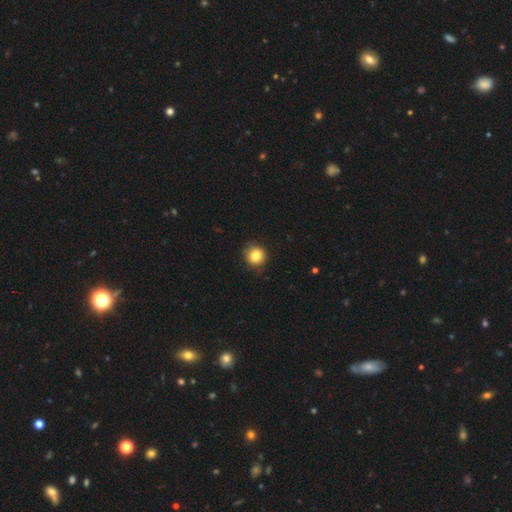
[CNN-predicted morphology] smooth_or_featured: smooth (p=0.83) [alt: star or artifact p=0.10]
how_rounded: round (p=0.88) [alt: in between p=0.11]
merging: none (p=0.83) [alt: minor disturbance p=0.13]